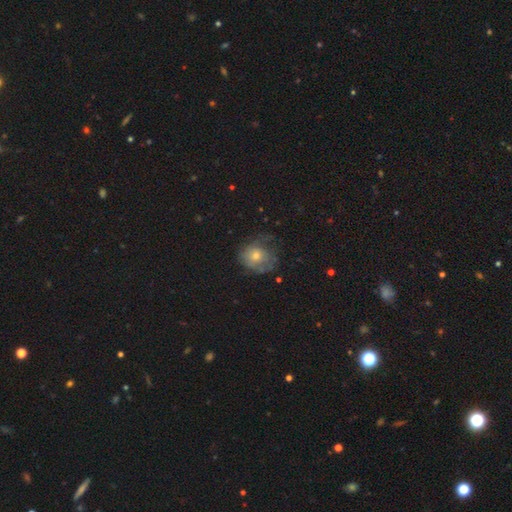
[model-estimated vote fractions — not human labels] smooth 47%, featured or disk 39%, star or artifact 14%. Down the decision tree: merging — none (53%).